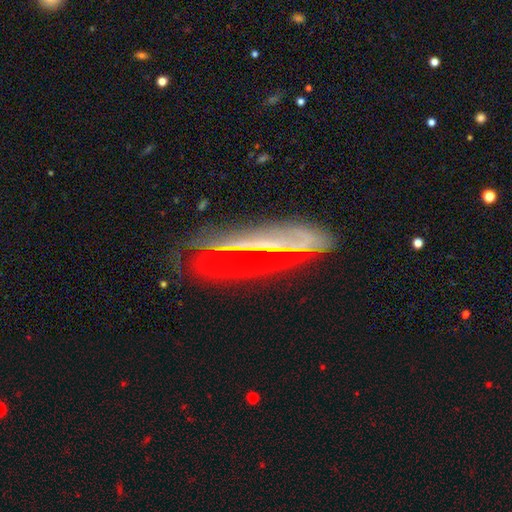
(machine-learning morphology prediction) smooth-or-featured: featured or disk: 71% | smooth: 17% | star or artifact: 12%
  disk-edge-on: yes: 70% | no: 30%
  merging: none: 70% | minor disturbance: 20% | major disturbance: 8% | merger: 3%